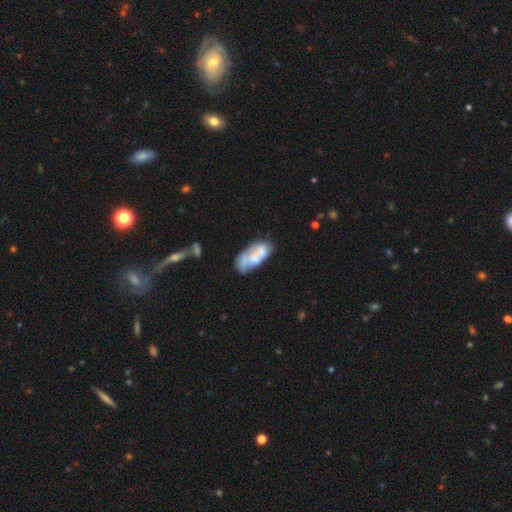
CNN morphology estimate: Overall: smooth (46%, tied with featured or disk). Merging: none (33%; merger 27%).